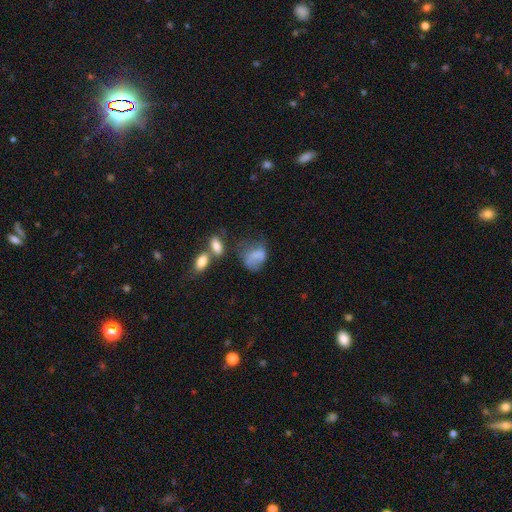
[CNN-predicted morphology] smooth_or_featured: smooth (p=0.65) [alt: featured or disk p=0.23]
how_rounded: in between (p=0.70) [alt: round p=0.27]
merging: major disturbance (p=0.31) [alt: none p=0.28]